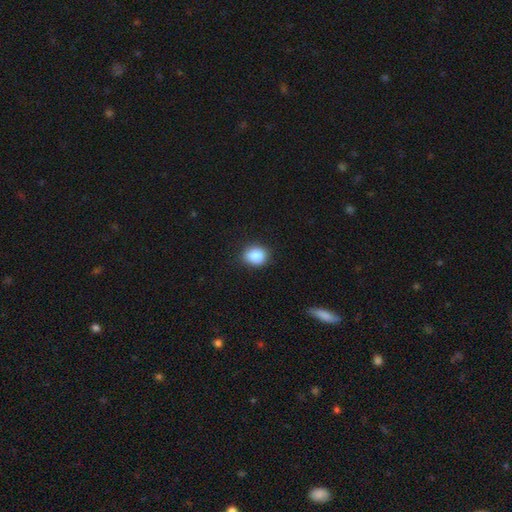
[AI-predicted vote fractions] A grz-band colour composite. It shows a smooth galaxy with no disk features (85%) that is round (69%). Merging: none (87%).